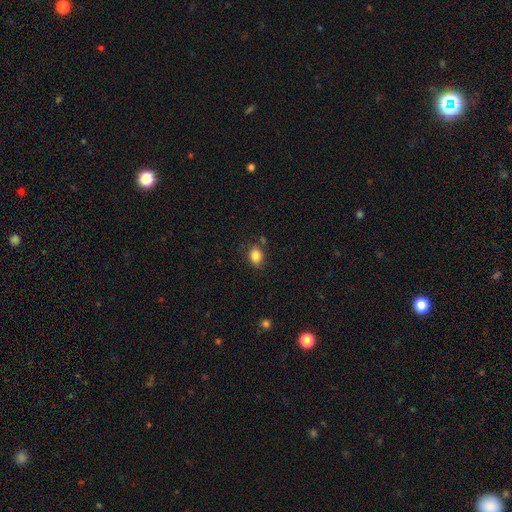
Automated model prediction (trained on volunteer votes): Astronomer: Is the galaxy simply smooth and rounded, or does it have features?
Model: smooth — 85%.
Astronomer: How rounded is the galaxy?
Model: in between — 59% (runner-up: round, 40%).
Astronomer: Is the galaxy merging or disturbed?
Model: none — 79%.